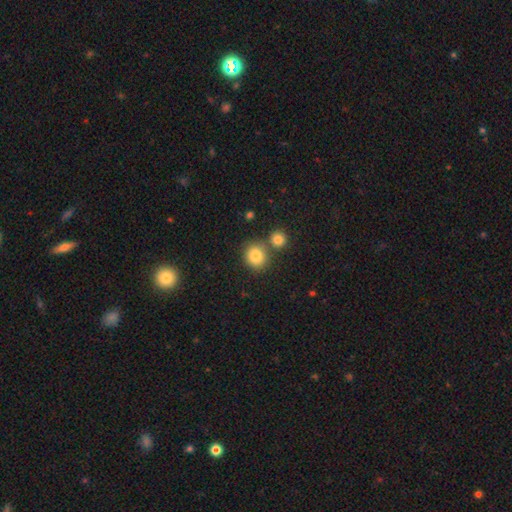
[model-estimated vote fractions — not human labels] smooth-or-featured: smooth: 84% | star or artifact: 10% | featured or disk: 6%
  how-rounded: round: 83% | in between: 16% | cigar-shaped: 1%
  merging: none: 65% | merger: 22% | minor disturbance: 9% | major disturbance: 3%